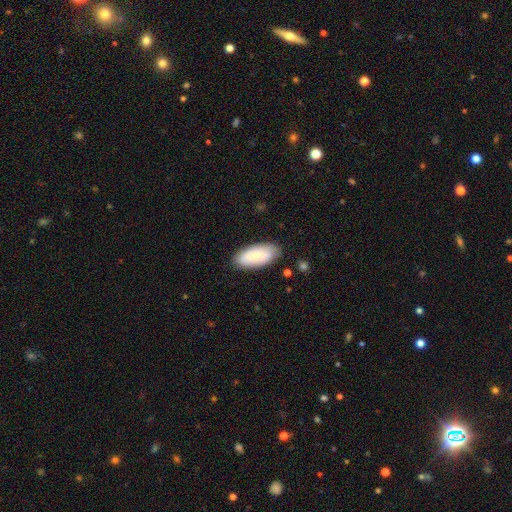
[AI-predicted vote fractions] The model was most divided on "smooth or featured": smooth: 74%, featured or disk: 20%, star or artifact: 6%. More confident: how rounded — in between (90%); merging — none (84%).